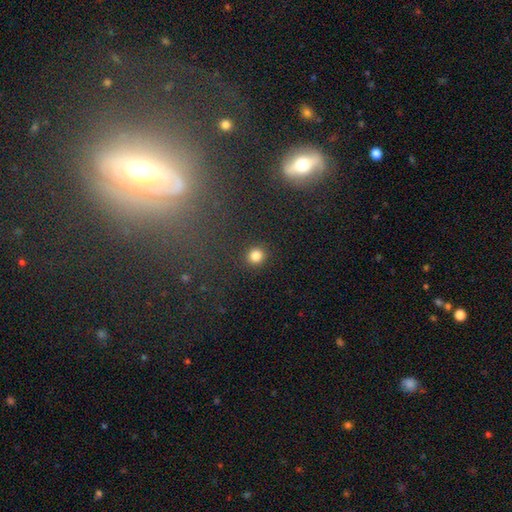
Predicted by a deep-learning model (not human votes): This appears to be a smooth galaxy with no disk features (83%) that is round (91%). Merging: none (91%).